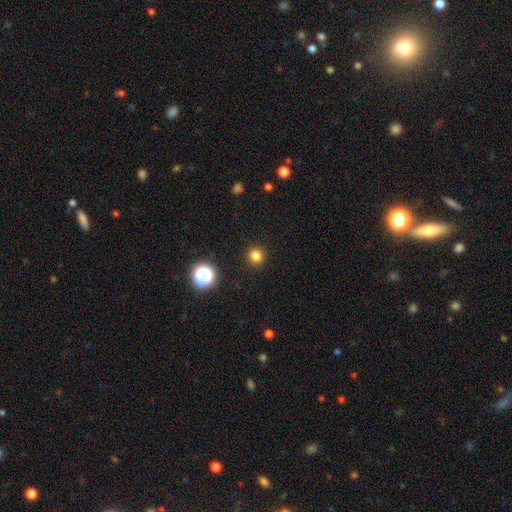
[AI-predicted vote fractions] Smooth or featured? Predicted: smooth (p=0.81). How rounded? Predicted: round (p=0.94). Merging? Predicted: none (p=0.92).